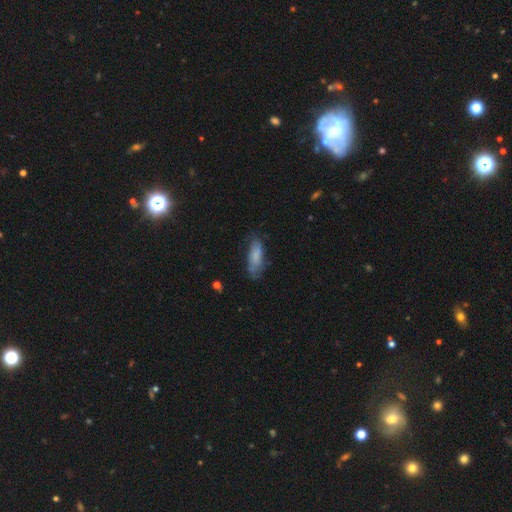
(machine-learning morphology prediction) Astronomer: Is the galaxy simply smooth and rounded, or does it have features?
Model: smooth — 74%.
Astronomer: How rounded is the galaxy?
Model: in between — 65%.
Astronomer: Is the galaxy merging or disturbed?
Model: none — 60%.